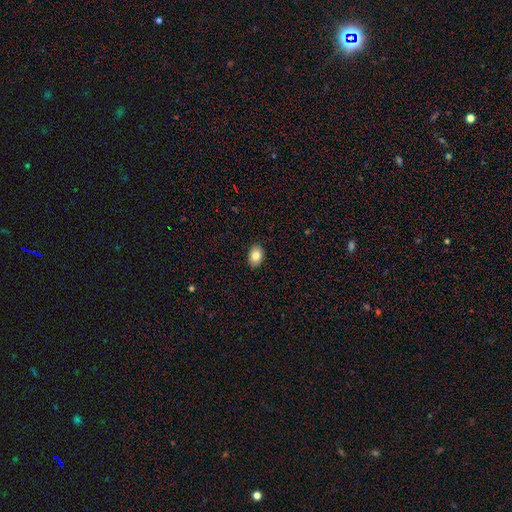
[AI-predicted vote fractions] smooth_or_featured: smooth (p=0.83) [alt: featured or disk p=0.09]
how_rounded: in between (p=0.80) [alt: round p=0.19]
merging: none (p=0.89) [alt: minor disturbance p=0.08]